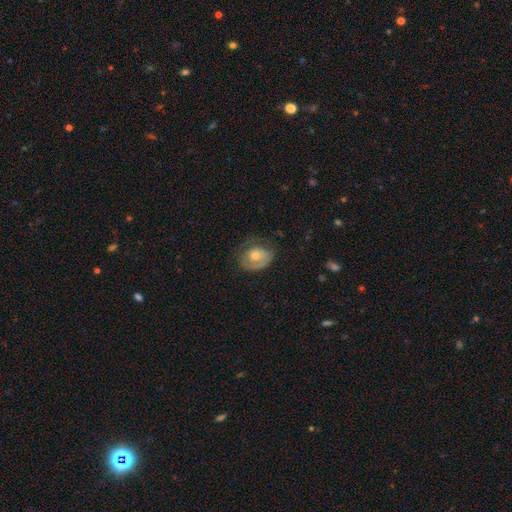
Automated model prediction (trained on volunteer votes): The model was most divided on "smooth or featured": smooth: 50%, featured or disk: 42%, star or artifact: 8%. More confident: how rounded — in between (57%); merging — none (53%).